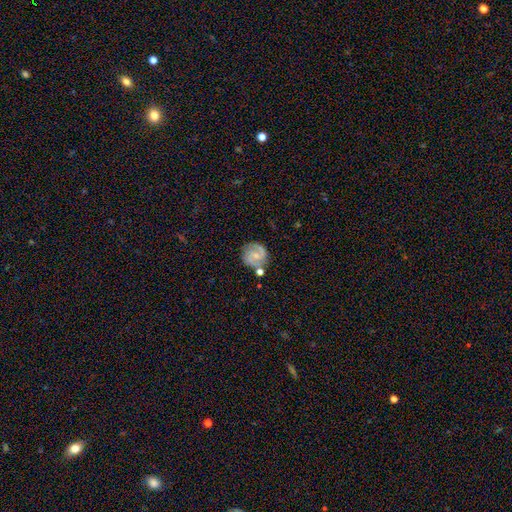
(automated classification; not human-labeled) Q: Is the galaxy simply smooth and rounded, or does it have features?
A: featured or disk — 76%.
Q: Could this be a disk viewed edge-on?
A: no — 98%.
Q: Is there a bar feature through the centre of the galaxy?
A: no — 51%.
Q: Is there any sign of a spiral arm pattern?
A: yes — 95%.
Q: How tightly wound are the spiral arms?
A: medium — 48%.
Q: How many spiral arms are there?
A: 2 — 86%.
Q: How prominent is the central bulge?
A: small — 60%.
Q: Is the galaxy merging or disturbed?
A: none — 70%.